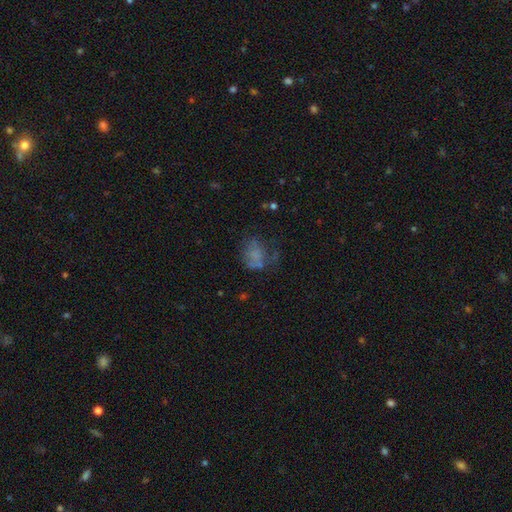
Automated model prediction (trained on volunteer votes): This is possibly a smooth galaxy (49%). Merging: marginally none (35%).